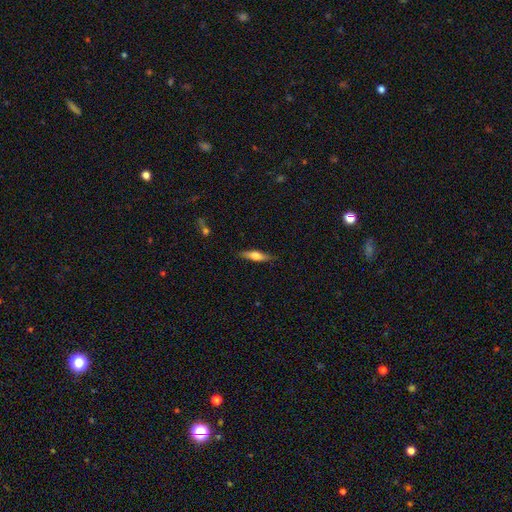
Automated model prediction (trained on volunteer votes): Morphology: type=smooth (51%); roundness=cigar-shaped (70%); merging=none (84%).